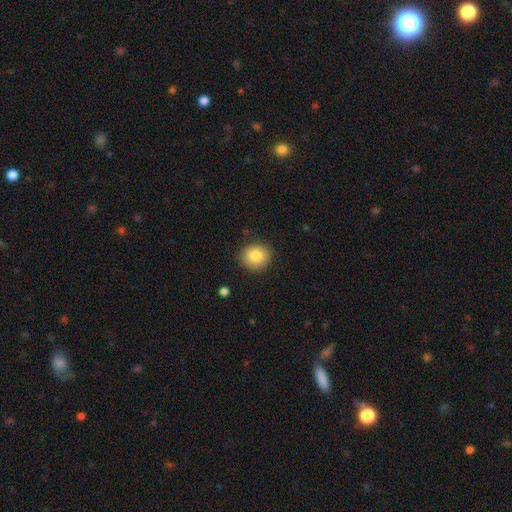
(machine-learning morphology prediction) Smooth or featured: smooth — 85% (star or artifact — 9%)
How rounded: round — 81% (in between — 18%)
Merging: none — 87% (minor disturbance — 9%)